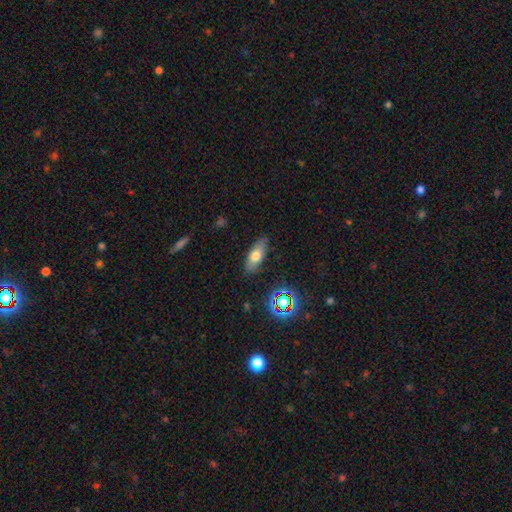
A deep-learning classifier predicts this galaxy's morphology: Smooth or featured? Predicted: smooth (p=0.68). How rounded? Predicted: in between (p=0.73). Merging? Predicted: none (p=0.84).